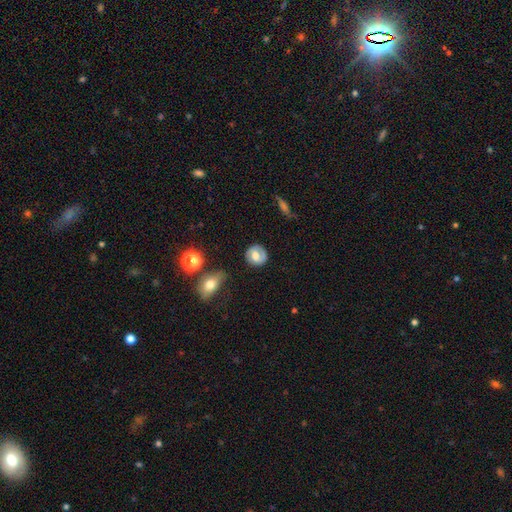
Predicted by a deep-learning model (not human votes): This appears to be a smooth galaxy with no disk features (53%) that is round (78%). Merging: none (78%).